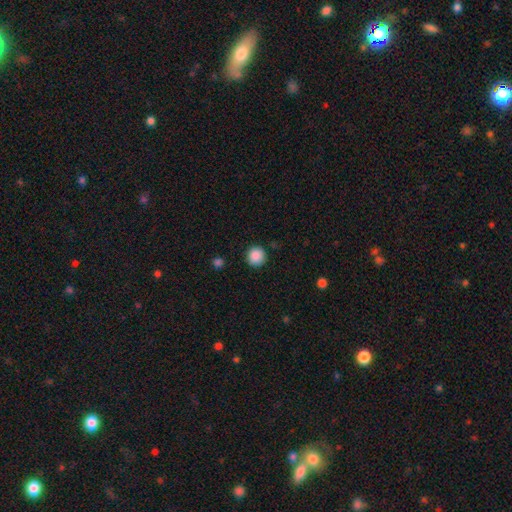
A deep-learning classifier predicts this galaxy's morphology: This is clearly a smooth galaxy (88%). How rounded: clearly round (94%). Merging: clearly none (90%).